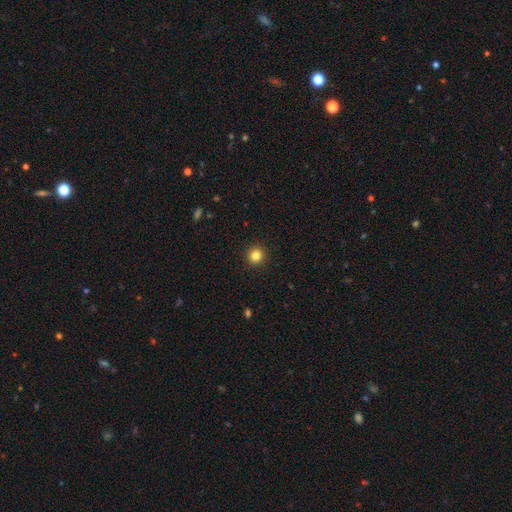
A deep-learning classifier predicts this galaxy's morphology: This is clearly a smooth galaxy (83%). How rounded: clearly round (95%). Merging: clearly none (93%).